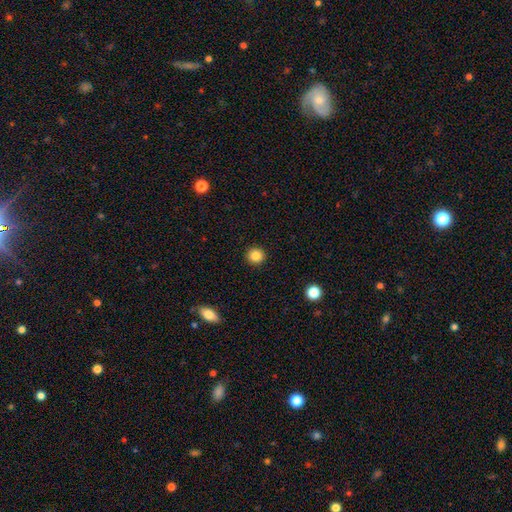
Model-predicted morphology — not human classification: Smooth or featured? smooth (85%)
How rounded? round (94%)
Merging? none (93%)